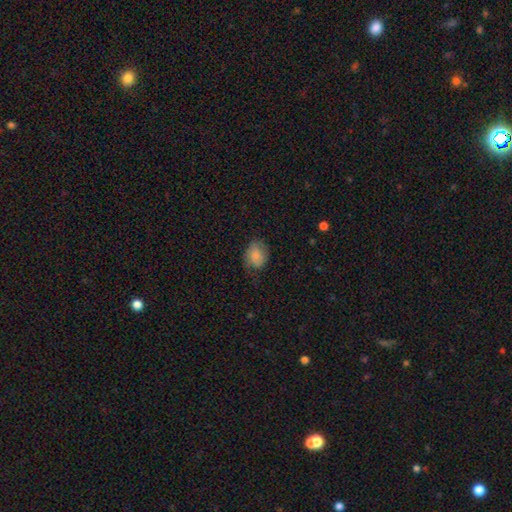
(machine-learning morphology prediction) A smooth galaxy with no disk features (77%) that is in between round and cigar-shaped (63%).

Vote fractions:
- Smooth or featured? smooth: 77% / featured or disk: 15% / star or artifact: 8%
- How rounded? in between: 63% / round: 36% / cigar-shaped: 1%
- Merging? none: 56% / minor disturbance: 29% / major disturbance: 14% / merger: 1%